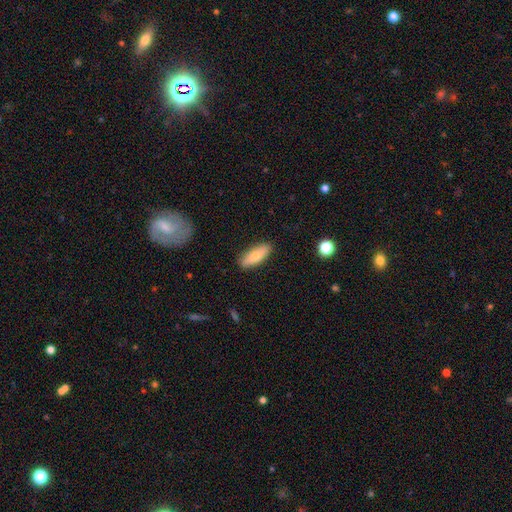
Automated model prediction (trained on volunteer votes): smooth-or-featured: smooth: 76% | featured or disk: 18% | star or artifact: 6%
  how-rounded: in between: 65% | cigar-shaped: 33% | round: 2%
  merging: none: 87% | minor disturbance: 10% | major disturbance: 2% | merger: 1%